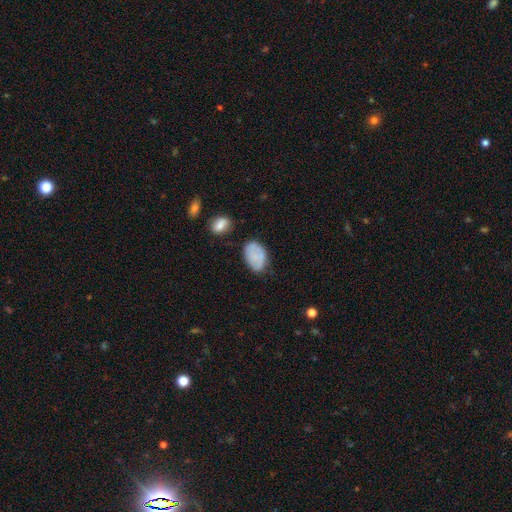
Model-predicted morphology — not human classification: Smooth or featured? Predicted: smooth (p=0.76). How rounded? Predicted: in between (p=0.89). Merging? Predicted: none (p=0.66).